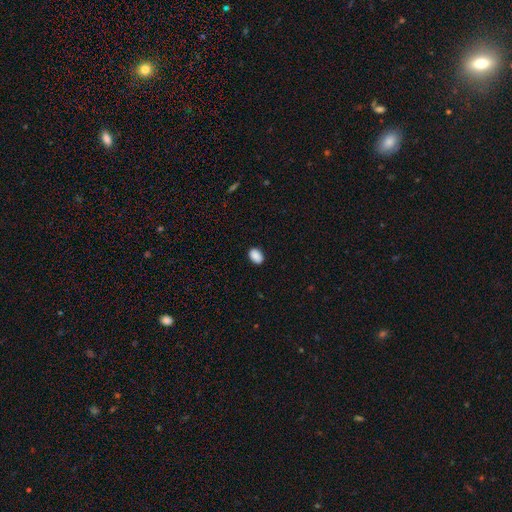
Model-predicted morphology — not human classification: type=smooth (90%); roundness=in between (83%); merging=none (88%).